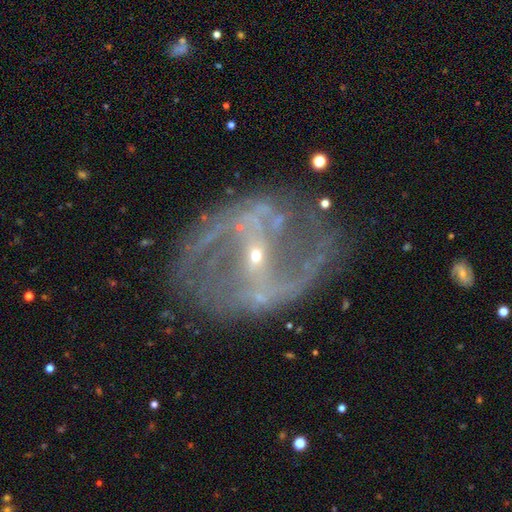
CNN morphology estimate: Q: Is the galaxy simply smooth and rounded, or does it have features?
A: featured or disk — 87%.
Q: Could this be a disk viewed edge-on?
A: no — 96%.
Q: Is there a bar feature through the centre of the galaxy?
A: strong — 56%.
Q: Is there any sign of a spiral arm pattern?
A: yes — 86%.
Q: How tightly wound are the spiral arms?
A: medium — 43%.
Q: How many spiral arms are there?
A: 2 — 80%.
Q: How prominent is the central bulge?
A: small — 82%.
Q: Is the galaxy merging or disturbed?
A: none — 66%.